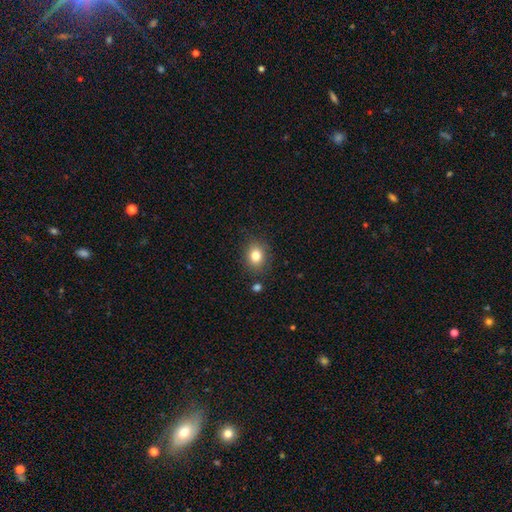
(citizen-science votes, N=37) Smooth or featured: smooth — 89% (featured or disk — 5%)
How rounded: round — 76% (in between — 24%)
Merging: none — 86% (minor disturbance — 11%)